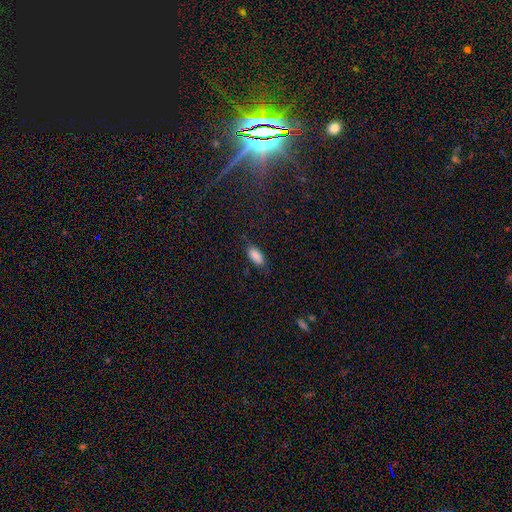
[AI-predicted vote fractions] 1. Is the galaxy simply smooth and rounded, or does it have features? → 86% smooth, 8% star or artifact, 6% featured or disk.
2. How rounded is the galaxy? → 87% in between, 11% cigar-shaped, 2% round.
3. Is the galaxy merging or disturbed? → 74% none, 20% minor disturbance, 5% major disturbance, 1% merger.